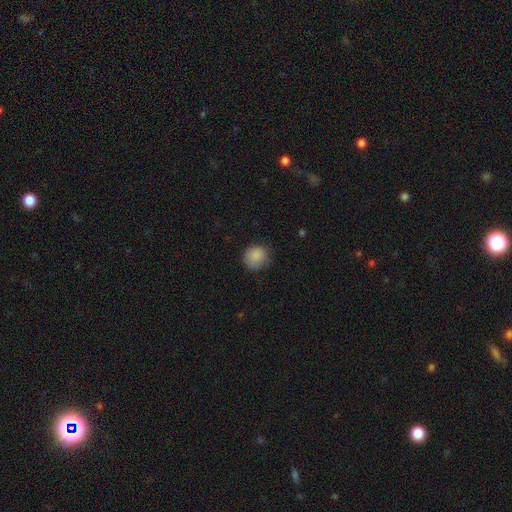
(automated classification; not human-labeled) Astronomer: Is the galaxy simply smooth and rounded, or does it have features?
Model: smooth — 87%.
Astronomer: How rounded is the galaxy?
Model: round — 85%.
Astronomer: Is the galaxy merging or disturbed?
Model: none — 76%.